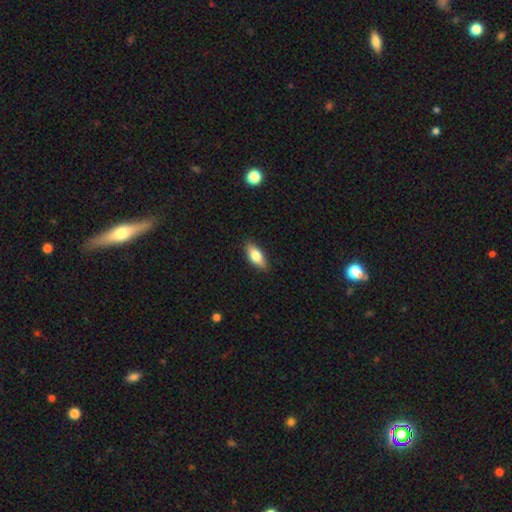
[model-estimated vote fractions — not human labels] Smooth or featured?
  - smooth: 72% *
  - featured or disk: 21%
  - star or artifact: 7%
How rounded?
  - in between: 79% *
  - cigar-shaped: 18%
  - round: 3%
Merging?
  - none: 86% *
  - minor disturbance: 10%
  - major disturbance: 2%
  - merger: 1%